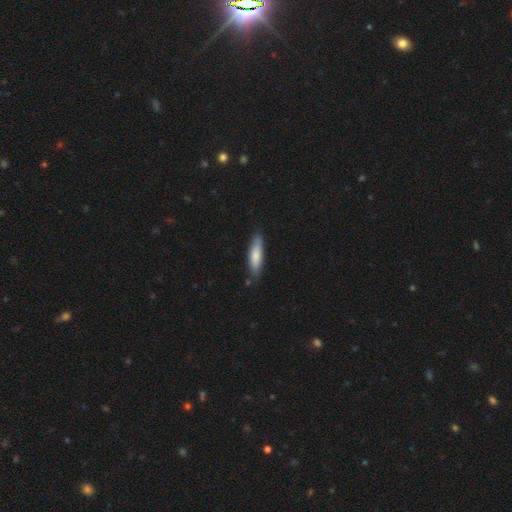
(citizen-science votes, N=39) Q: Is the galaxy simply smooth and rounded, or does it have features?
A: smooth — 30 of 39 (77%).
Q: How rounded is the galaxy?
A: cigar-shaped — 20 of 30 (67%).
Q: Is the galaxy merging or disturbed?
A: none — 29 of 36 (81%).